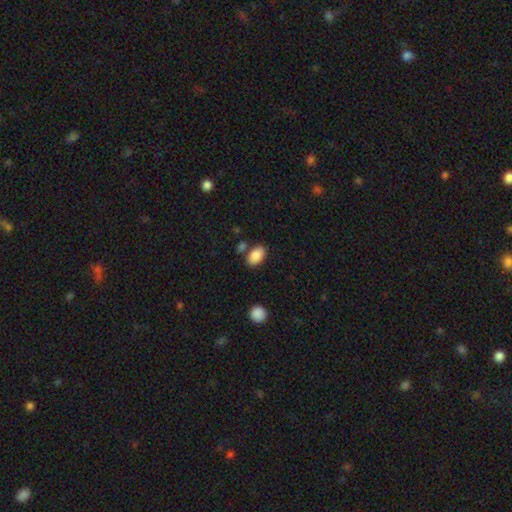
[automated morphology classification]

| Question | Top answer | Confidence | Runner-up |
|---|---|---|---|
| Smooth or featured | smooth | 86% | star or artifact (7%) |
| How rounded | in between | 92% | round (7%) |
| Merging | none | 78% | minor disturbance (11%) |